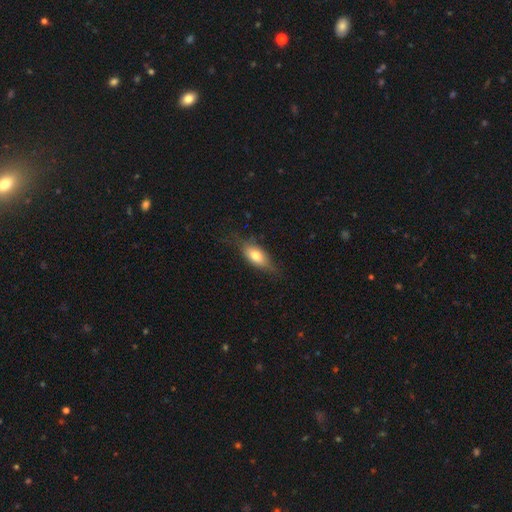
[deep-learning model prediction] smooth-or-featured: smooth: 70% | featured or disk: 23% | star or artifact: 7%
  how-rounded: in between: 78% | cigar-shaped: 17% | round: 5%
  merging: none: 66% | minor disturbance: 25% | major disturbance: 8% | merger: 1%